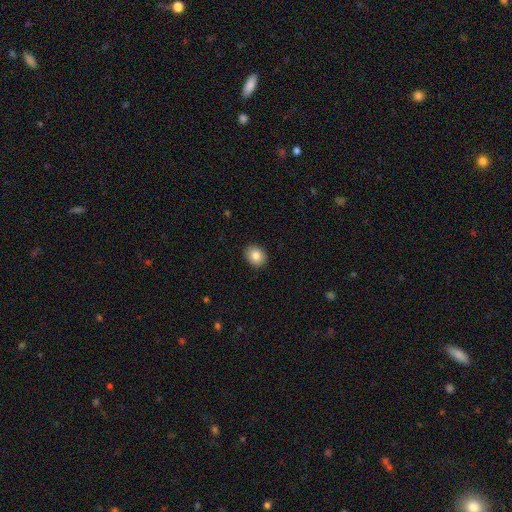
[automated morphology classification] Smooth or featured? Predicted: smooth (p=0.84). How rounded? Predicted: round (p=0.61). Merging? Predicted: none (p=0.91).